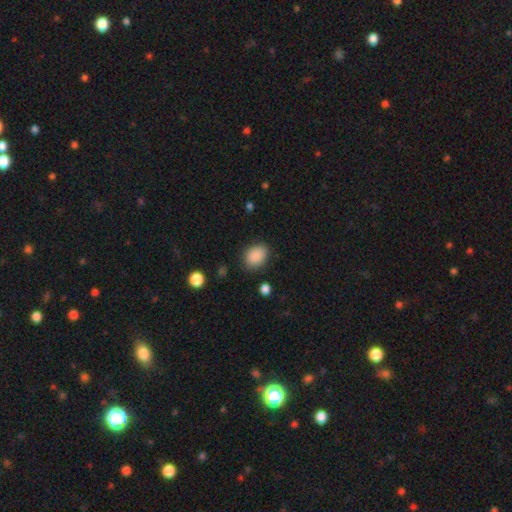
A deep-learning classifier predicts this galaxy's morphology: Smooth or featured?
  - smooth: 88% *
  - star or artifact: 8%
  - featured or disk: 3%
How rounded?
  - in between: 68% *
  - round: 31%
  - cigar-shaped: 1%
Merging?
  - none: 82% *
  - minor disturbance: 13%
  - major disturbance: 4%
  - merger: 1%